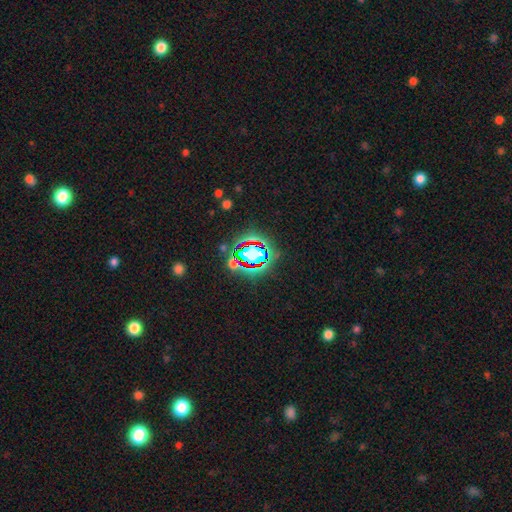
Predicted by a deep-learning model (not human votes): smooth_or_featured: star or artifact (p=0.79) [alt: smooth p=0.12]